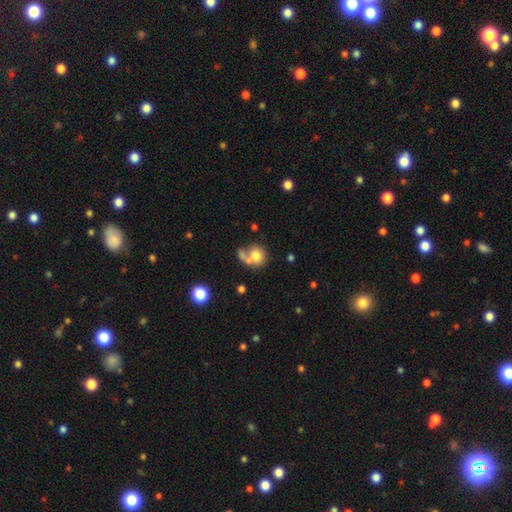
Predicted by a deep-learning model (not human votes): Smooth or featured: smooth — 72% (featured or disk — 18%)
How rounded: round — 72% (in between — 27%)
Merging: merger — 46% (none — 34%)